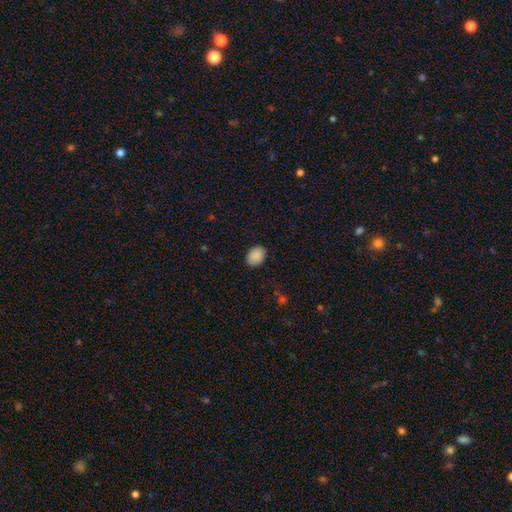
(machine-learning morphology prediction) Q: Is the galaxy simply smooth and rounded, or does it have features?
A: smooth — 89%.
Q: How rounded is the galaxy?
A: in between — 72%.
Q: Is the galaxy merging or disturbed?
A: none — 87%.